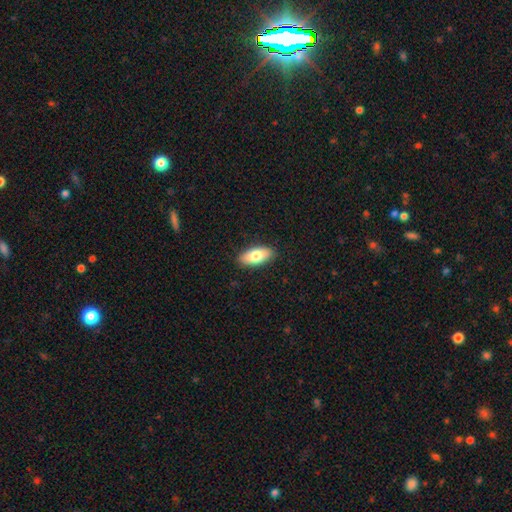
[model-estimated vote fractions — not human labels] Overall: smooth (78%). How rounded: in between (87%). Merging: none (89%).